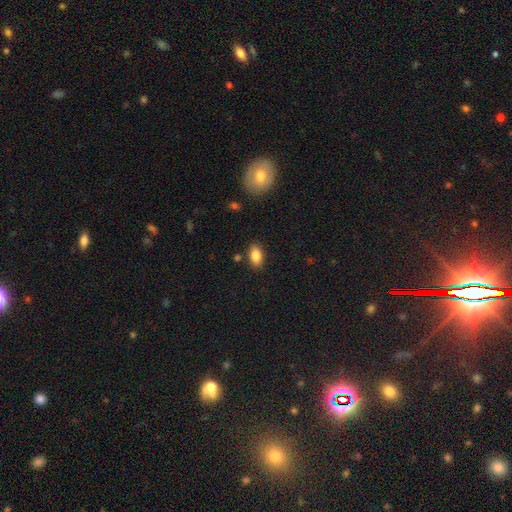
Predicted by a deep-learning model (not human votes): smooth_or_featured: smooth (p=0.85) [alt: star or artifact p=0.08]
how_rounded: in between (p=0.91) [alt: round p=0.07]
merging: none (p=0.85) [alt: minor disturbance p=0.10]